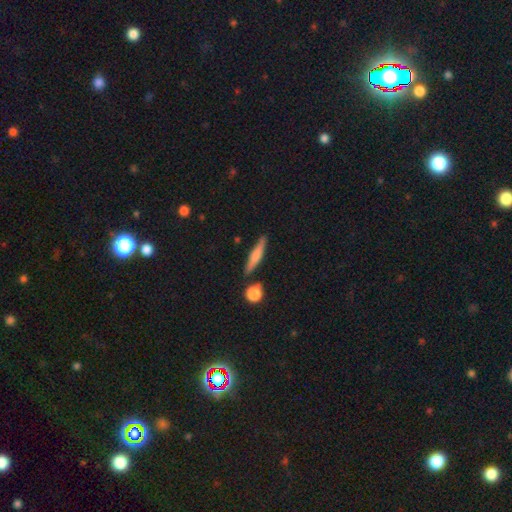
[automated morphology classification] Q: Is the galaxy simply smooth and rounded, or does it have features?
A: smooth — 58%.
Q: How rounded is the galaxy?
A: cigar-shaped — 85%.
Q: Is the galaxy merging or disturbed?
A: none — 82%.